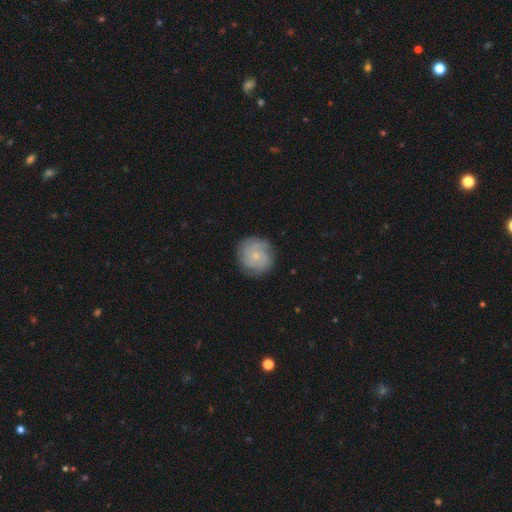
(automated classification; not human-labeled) Q: Smooth or featured?
A: featured or disk (57%); runner-up: smooth (35%)
Q: Edge-on disk?
A: no (98%); runner-up: yes (2%)
Q: Bar?
A: no (83%); runner-up: weak (15%)
Q: Spiral arms?
A: yes (88%); runner-up: no (12%)
Q: Bulge size?
A: small (78%); runner-up: moderate (16%)
Q: Merging?
A: none (82%); runner-up: minor disturbance (13%)